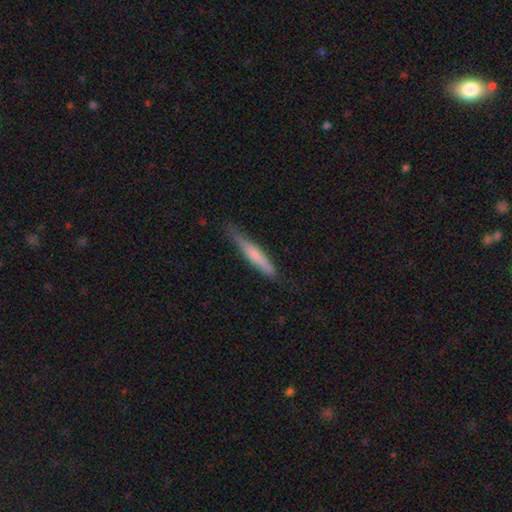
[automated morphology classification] Overall: smooth (59%; featured or disk 35%). How rounded: cigar-shaped (94%). Merging: none (75%).